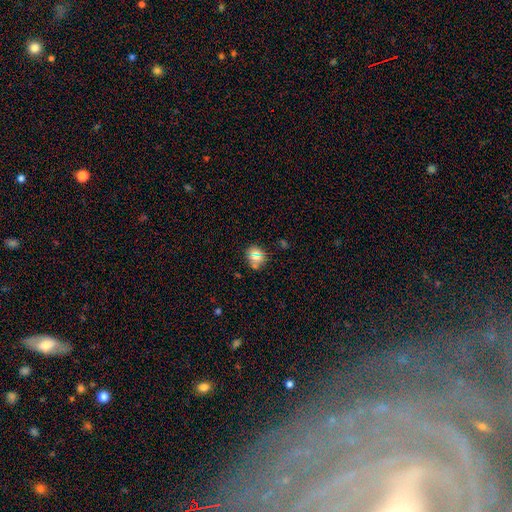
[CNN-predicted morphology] The model was most divided on "how rounded": round: 73%, in between: 25%, cigar-shaped: 1%. More confident: merging — none (74%); smooth or featured — smooth (70%).